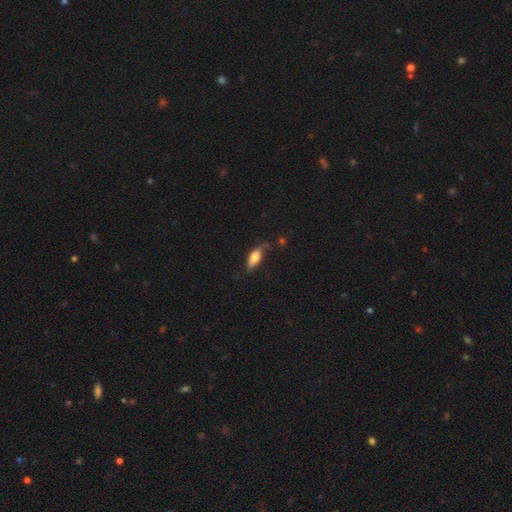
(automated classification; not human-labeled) smooth-or-featured: smooth: 74% | featured or disk: 19% | star or artifact: 7%
  how-rounded: in between: 69% | cigar-shaped: 28% | round: 3%
  merging: none: 53% | minor disturbance: 31% | major disturbance: 11% | merger: 4%